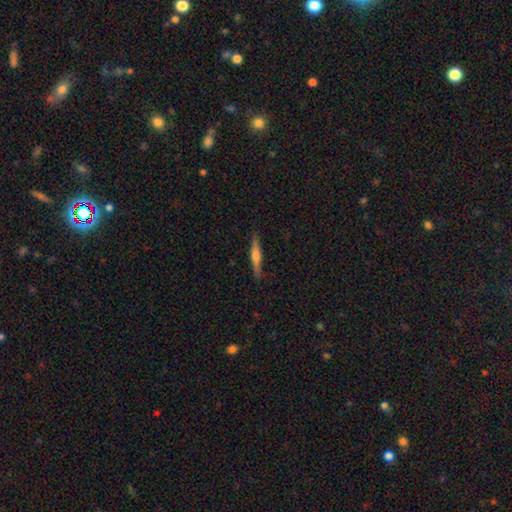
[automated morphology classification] Smooth or featured? Predicted: featured or disk (p=0.56). Edge-on disk? Predicted: yes (p=0.97). Edge-on bulge? Predicted: rounded (p=0.63). Merging? Predicted: none (p=0.89).